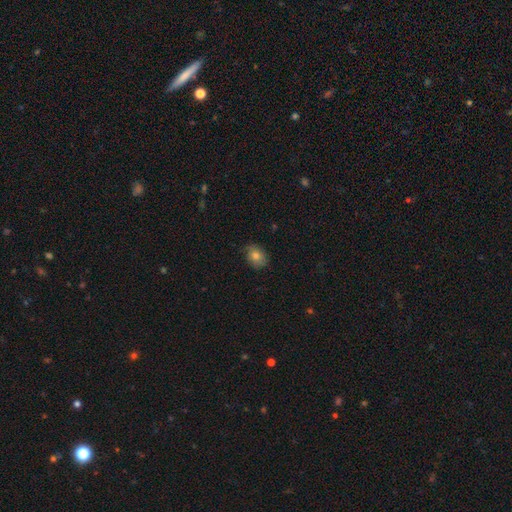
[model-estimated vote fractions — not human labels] This appears to be a smooth galaxy with no disk features (74%) that is in between round and cigar-shaped (58%). Merging: none (74%).